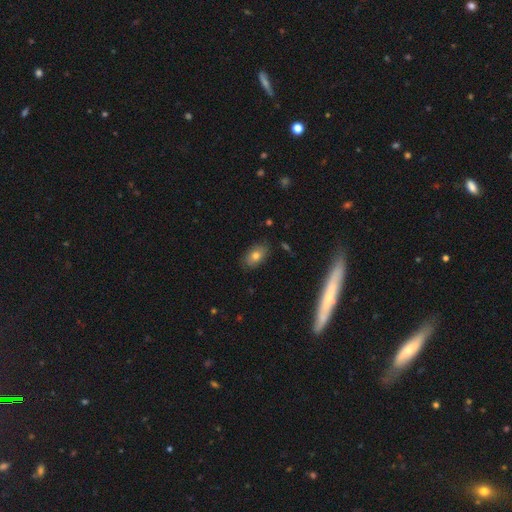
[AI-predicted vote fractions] Overall: smooth (72%). How rounded: in between (86%). Merging: none (82%).